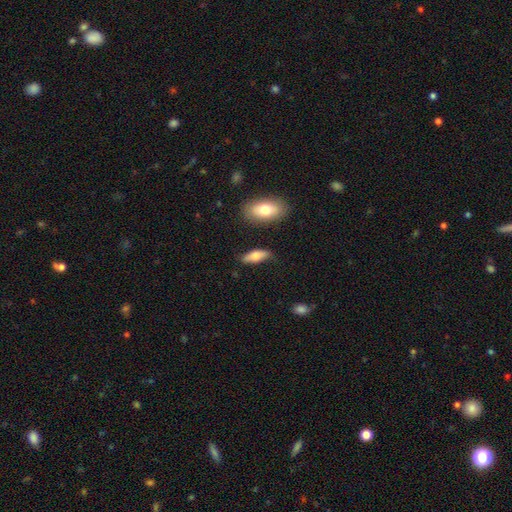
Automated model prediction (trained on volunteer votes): This is likely a smooth galaxy (76%). How rounded: likely in between (67%). Merging: likely none (74%).